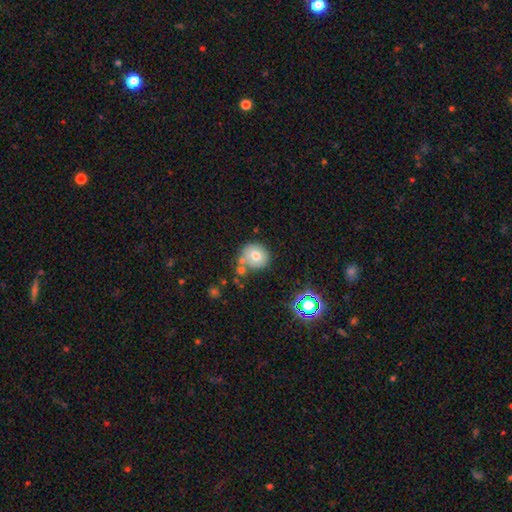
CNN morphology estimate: This is likely a smooth galaxy (71%). How rounded: clearly round (89%). Merging: likely none (66%).